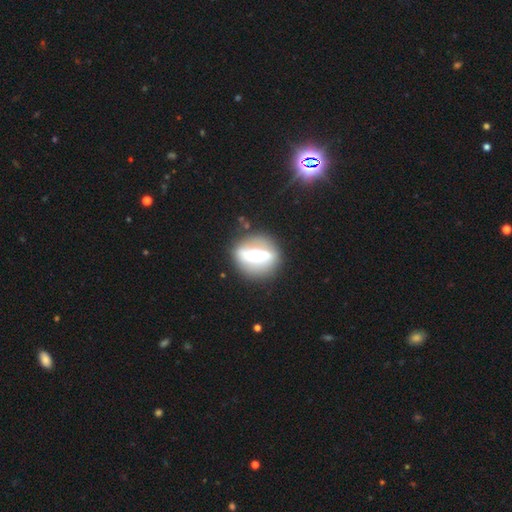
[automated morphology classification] This appears to be a featured or disk galaxy (59%). Merging: none (72%).